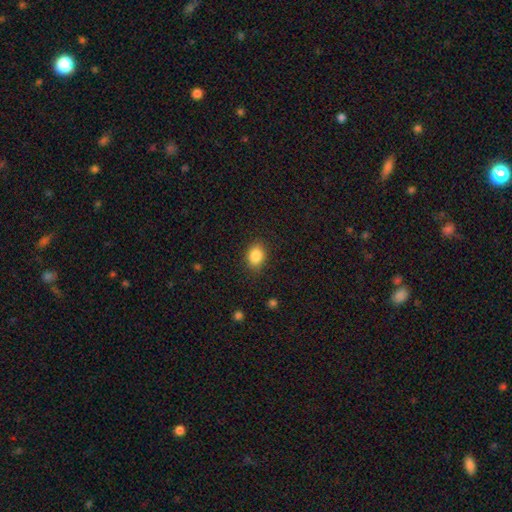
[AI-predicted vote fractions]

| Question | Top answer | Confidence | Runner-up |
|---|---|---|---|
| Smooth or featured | smooth | 86% | star or artifact (9%) |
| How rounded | in between | 62% | round (37%) |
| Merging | none | 85% | minor disturbance (11%) |